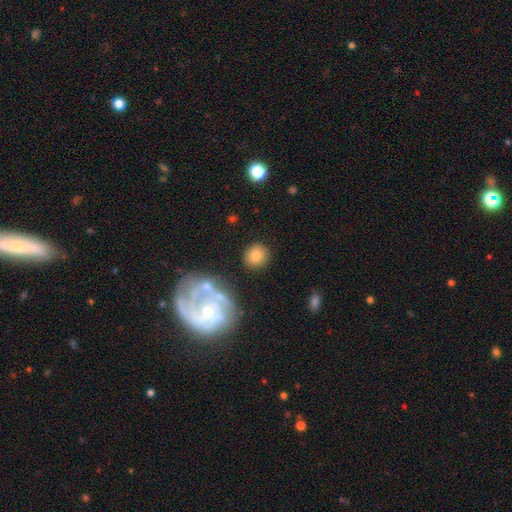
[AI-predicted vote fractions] Smooth or featured: smooth — 78% (featured or disk — 13%)
How rounded: round — 86% (in between — 13%)
Merging: none — 85% (minor disturbance — 8%)